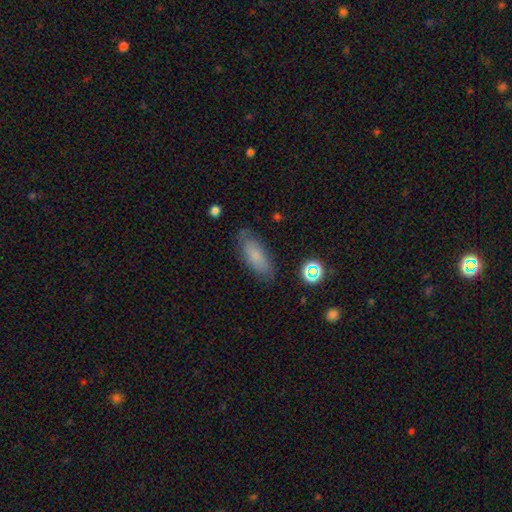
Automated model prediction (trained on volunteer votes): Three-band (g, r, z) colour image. It shows a smooth galaxy with no disk features (74%) that is in between round and cigar-shaped (75%). Merging: none (78%).